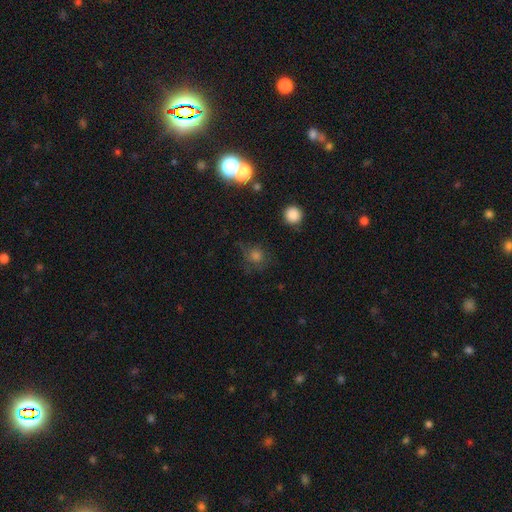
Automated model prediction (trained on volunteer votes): Morphology: type=smooth (64%); roundness=round (88%); merging=none (70%).